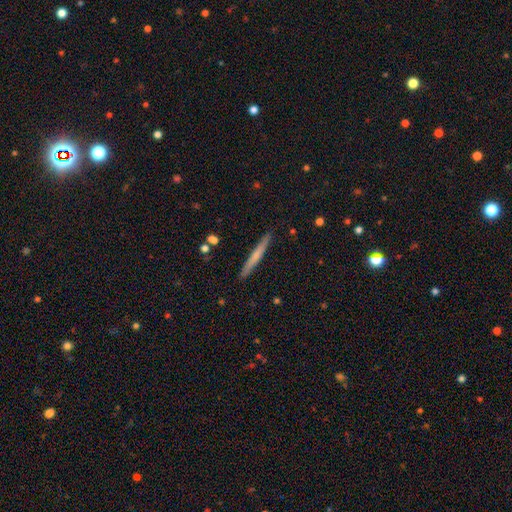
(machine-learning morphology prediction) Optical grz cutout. It shows a smooth galaxy with no disk features (60%) that is cigar-shaped (97%). Merging: none (91%).